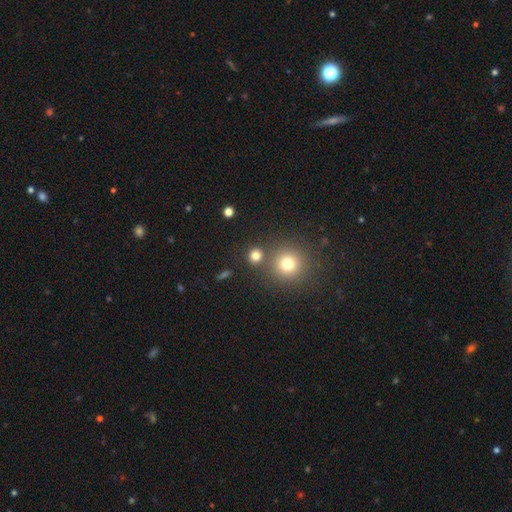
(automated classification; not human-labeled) Smooth or featured? Predicted: smooth (p=0.77). How rounded? Predicted: round (p=0.88). Merging? Predicted: none (p=0.78).